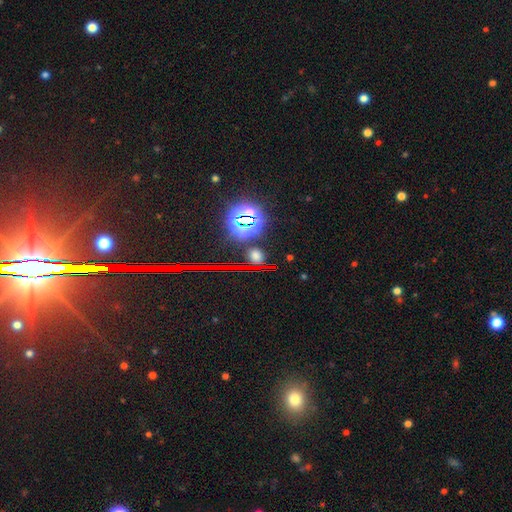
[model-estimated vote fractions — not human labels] Morphology: type=star or artifact (63%).